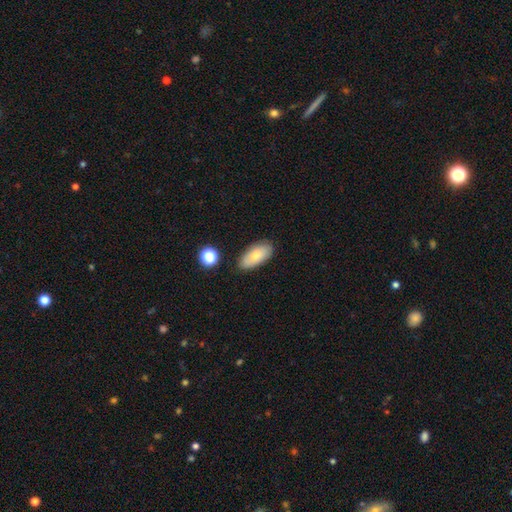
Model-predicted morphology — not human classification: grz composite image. It shows a smooth galaxy with no disk features (74%) that is in between round and cigar-shaped (90%). Merging: none (80%).